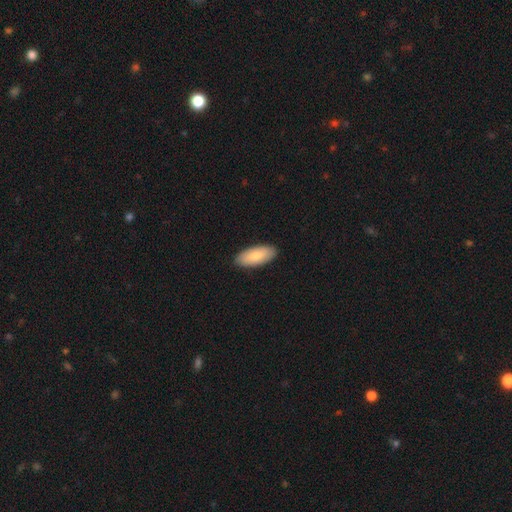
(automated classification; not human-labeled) The model was most divided on "smooth or featured": smooth: 78%, featured or disk: 17%, star or artifact: 5%. More confident: merging — none (89%); how rounded — in between (86%).